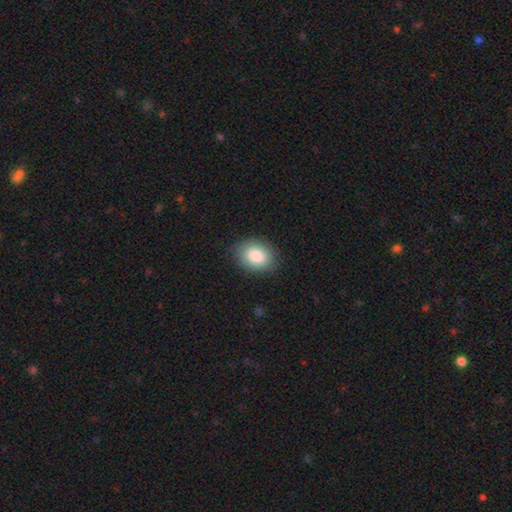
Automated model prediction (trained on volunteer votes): Smooth or featured? smooth (86%)
How rounded? in between (70%)
Merging? none (85%)